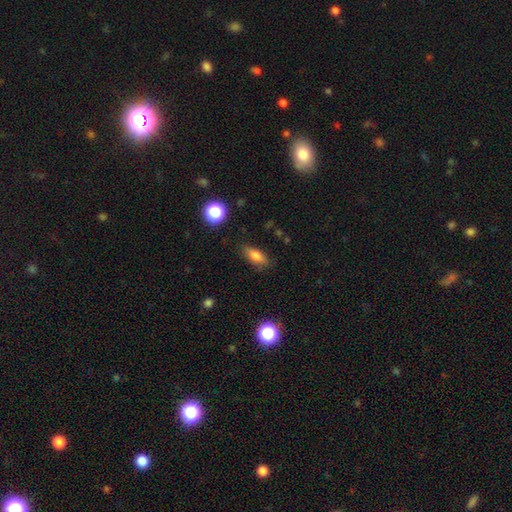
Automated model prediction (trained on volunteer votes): Smooth or featured?
  - smooth: 76% *
  - featured or disk: 14%
  - star or artifact: 10%
How rounded?
  - in between: 73% *
  - cigar-shaped: 21%
  - round: 6%
Merging?
  - none: 82% *
  - minor disturbance: 13%
  - major disturbance: 3%
  - merger: 2%